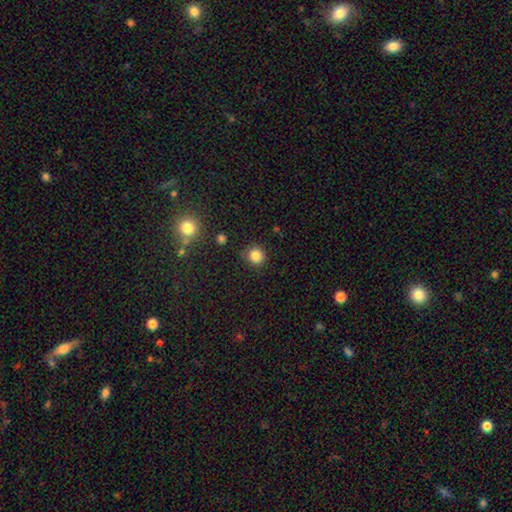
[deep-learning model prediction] Smooth or featured? Predicted: smooth (p=0.84). How rounded? Predicted: round (p=0.91). Merging? Predicted: none (p=0.85).